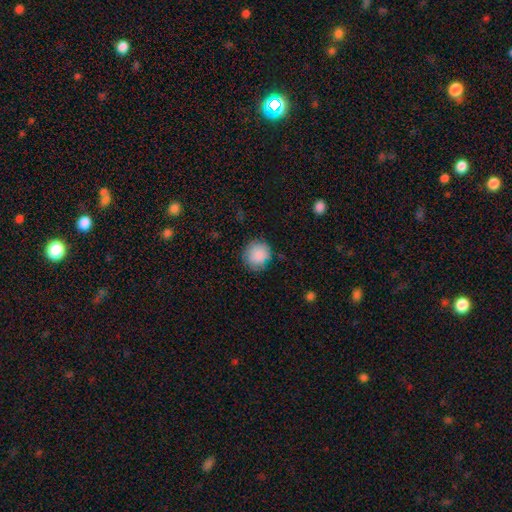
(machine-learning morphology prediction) The model was most divided on "merging": none: 79%, minor disturbance: 16%, major disturbance: 4%, merger: 1%. More confident: how rounded — round (88%); smooth or featured — smooth (87%).